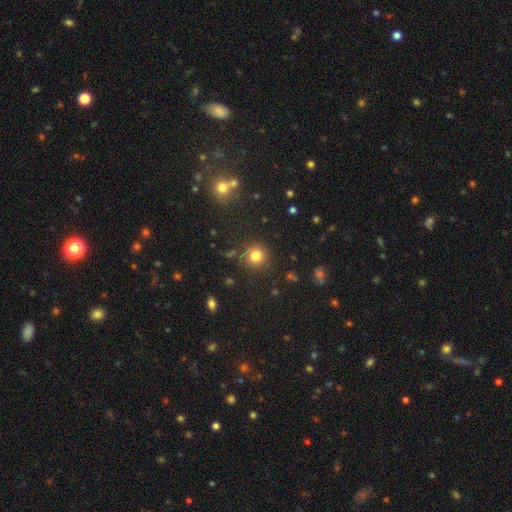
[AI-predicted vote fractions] Smooth or featured: smooth — 79% (star or artifact — 14%)
How rounded: round — 93% (in between — 6%)
Merging: none — 85% (minor disturbance — 8%)